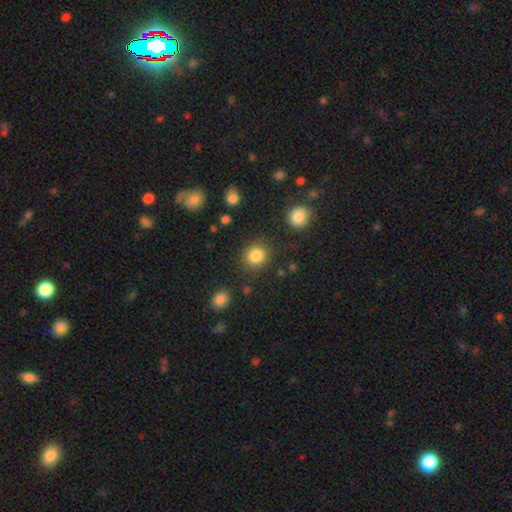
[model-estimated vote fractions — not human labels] This is clearly a smooth galaxy (85%). How rounded: clearly round (81%). Merging: clearly none (83%).